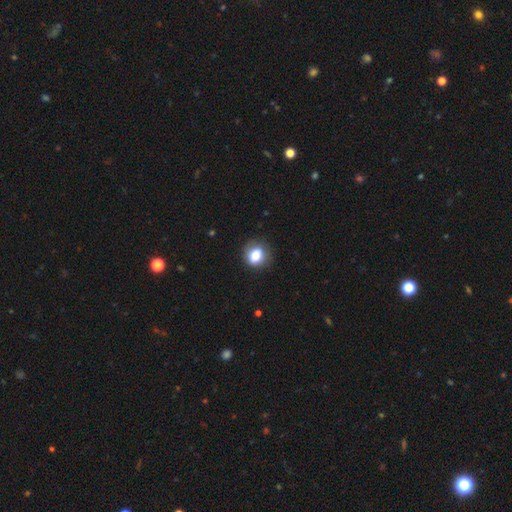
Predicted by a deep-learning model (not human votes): The model was most divided on "how rounded": round: 65%, in between: 34%, cigar-shaped: 1%. More confident: smooth or featured — smooth (80%); merging — none (79%).